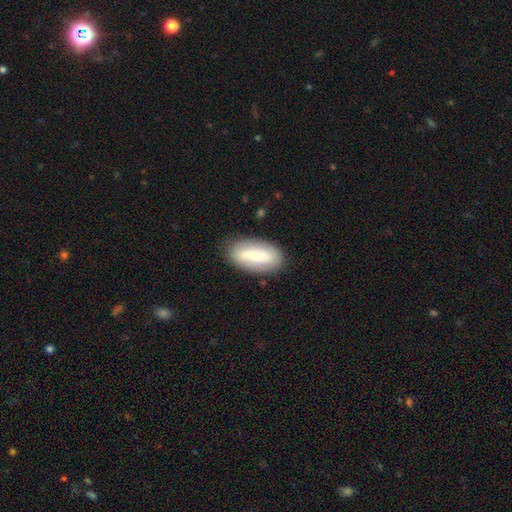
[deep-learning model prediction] Q: Smooth or featured?
A: smooth (57%); runner-up: featured or disk (37%)
Q: How rounded?
A: in between (89%); runner-up: cigar-shaped (9%)
Q: Merging?
A: none (84%); runner-up: minor disturbance (12%)